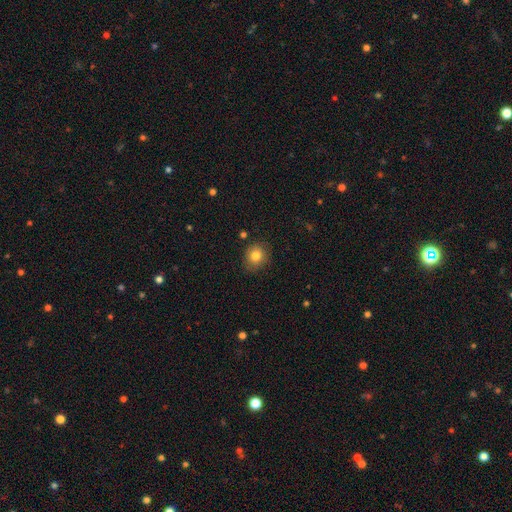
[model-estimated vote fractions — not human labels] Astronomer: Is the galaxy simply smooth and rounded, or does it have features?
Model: smooth — 82%.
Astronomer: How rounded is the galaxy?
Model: round — 79%.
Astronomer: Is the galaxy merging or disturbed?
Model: none — 84%.